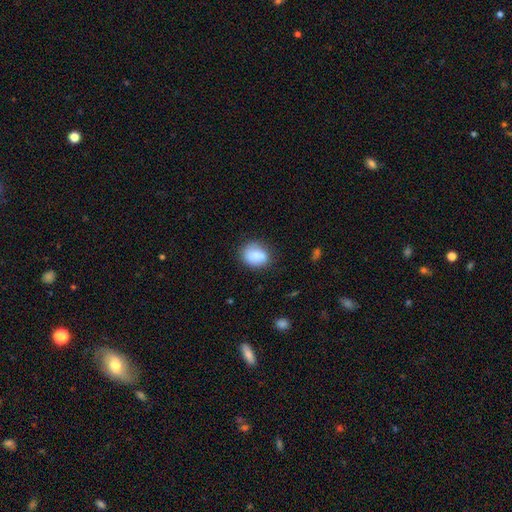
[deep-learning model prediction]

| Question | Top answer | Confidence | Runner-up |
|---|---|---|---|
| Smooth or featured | smooth | 83% | featured or disk (9%) |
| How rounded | in between | 54% | round (44%) |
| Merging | none | 69% | minor disturbance (22%) |